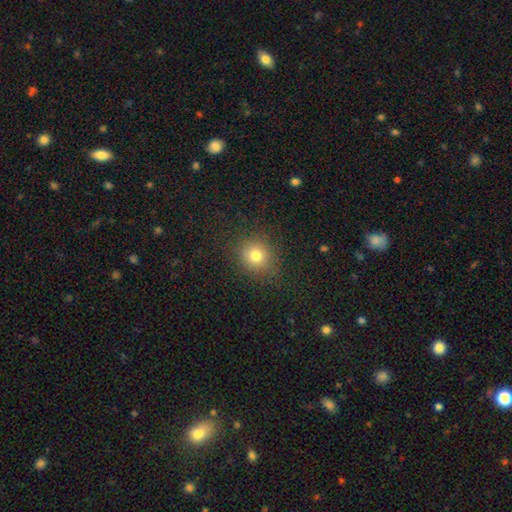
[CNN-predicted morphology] Smooth or featured: smooth — 77% (star or artifact — 16%)
How rounded: round — 84% (in between — 15%)
Merging: none — 86% (minor disturbance — 9%)